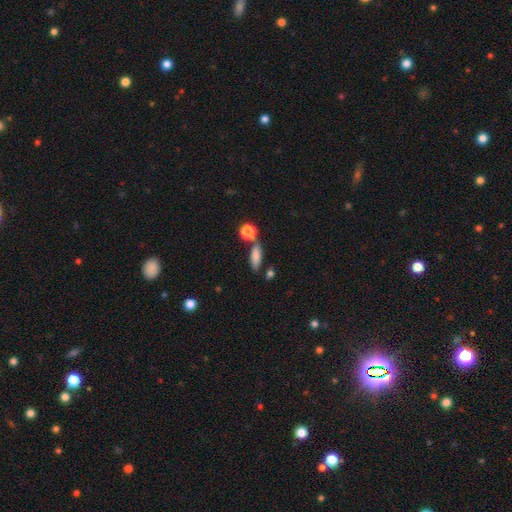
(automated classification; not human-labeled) smooth 80%, featured or disk 11%, star or artifact 9%. Down the decision tree: how rounded — in between (55%); merging — none (67%).